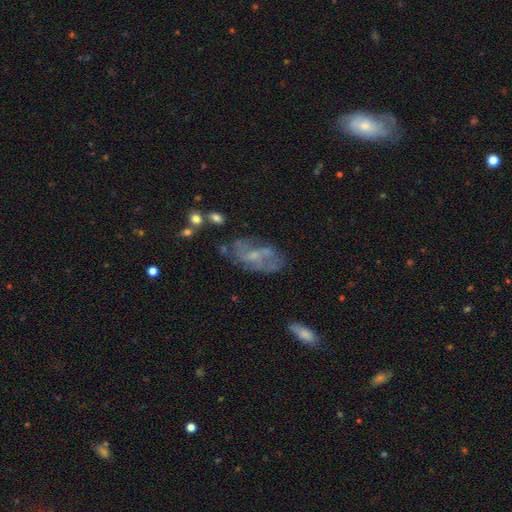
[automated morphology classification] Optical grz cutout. It shows a featured or disk galaxy (64%) with no bar (59%), spiral arms (62%) and a small central bulge (57%). Merging: none (58%).